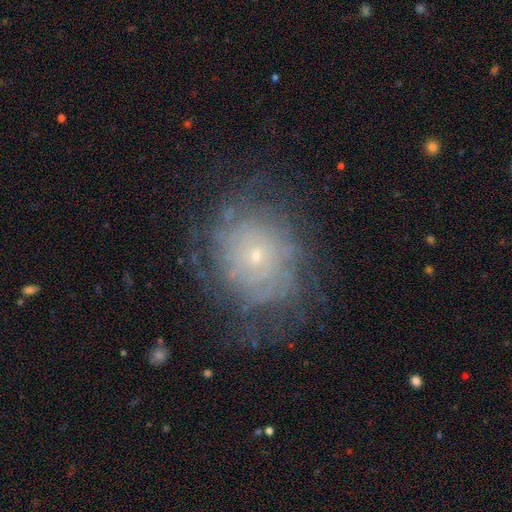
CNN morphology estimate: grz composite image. It shows a featured or disk galaxy (68%) with no bar (87%), tight (74%) spiral arms (79%) and a small central bulge (82%). Merging: none (71%).